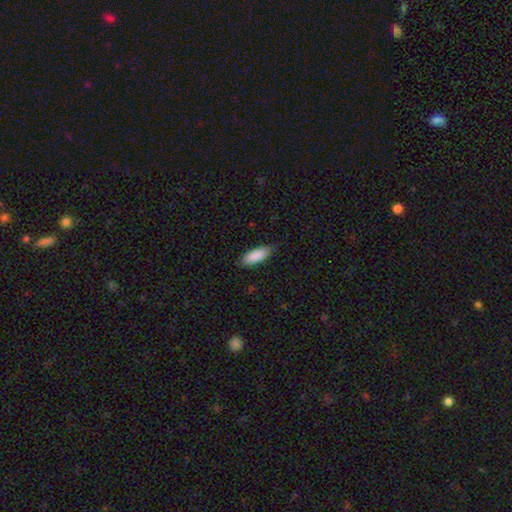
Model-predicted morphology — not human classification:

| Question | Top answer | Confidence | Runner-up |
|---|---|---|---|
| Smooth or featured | smooth | 89% | star or artifact (5%) |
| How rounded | in between | 73% | cigar-shaped (25%) |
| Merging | none | 83% | minor disturbance (14%) |